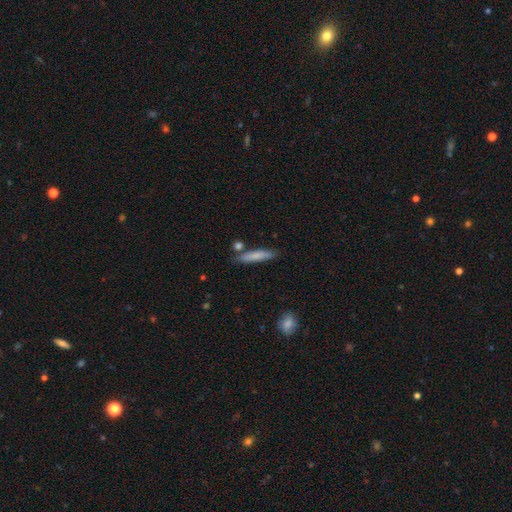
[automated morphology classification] Smooth or featured?
  - smooth: 75% *
  - featured or disk: 19%
  - star or artifact: 6%
How rounded?
  - cigar-shaped: 91% *
  - in between: 8%
  - round: 2%
Merging?
  - none: 80% *
  - minor disturbance: 12%
  - merger: 6%
  - major disturbance: 2%